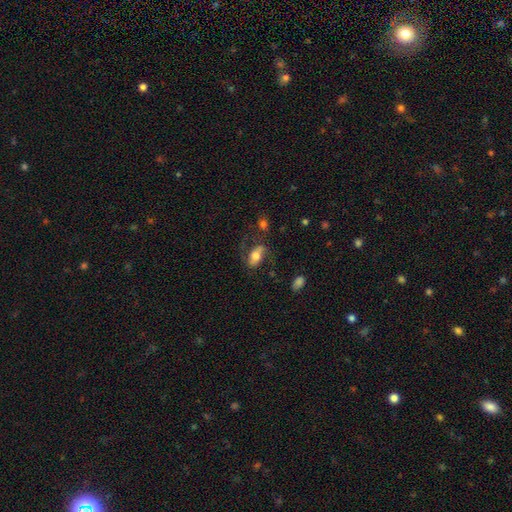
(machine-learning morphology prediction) Smooth or featured? Predicted: smooth (p=0.53). How rounded? Predicted: in between (p=0.87). Merging? Predicted: none (p=0.52).